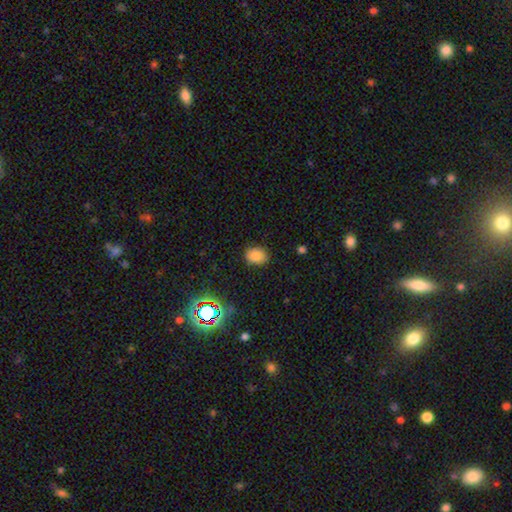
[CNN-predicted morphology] type=smooth (80%); roundness=in between (55%); merging=none (85%).